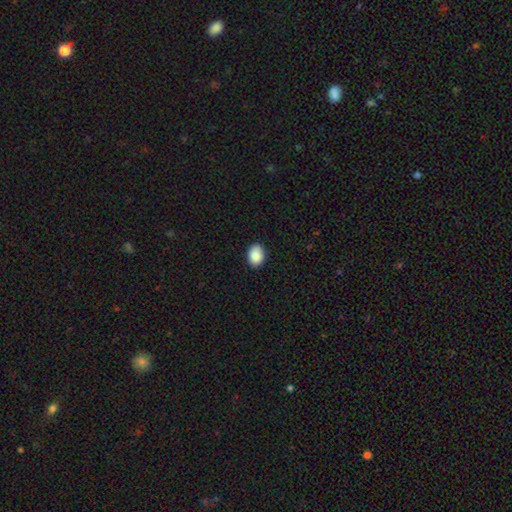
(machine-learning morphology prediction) Smooth or featured?
  - smooth: 90% *
  - star or artifact: 7%
  - featured or disk: 3%
How rounded?
  - in between: 72% *
  - round: 27%
  - cigar-shaped: 1%
Merging?
  - none: 88% *
  - minor disturbance: 9%
  - major disturbance: 2%
  - merger: 1%